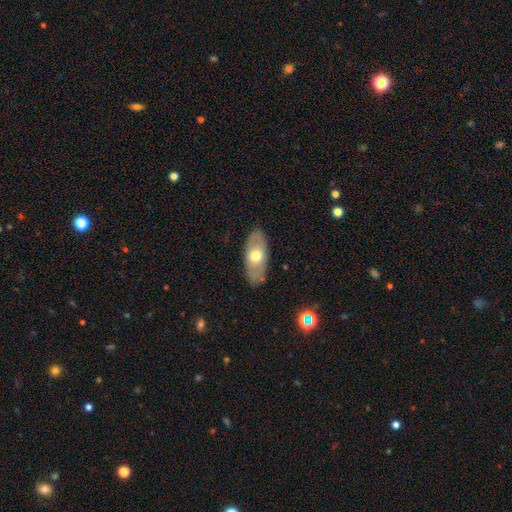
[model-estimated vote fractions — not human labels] A smooth galaxy with no disk features (54%) that is in between round and cigar-shaped (87%).

Vote fractions:
- Smooth or featured? smooth: 54% / featured or disk: 40% / star or artifact: 6%
- How rounded? in between: 87% / cigar-shaped: 9% / round: 4%
- Merging? none: 85% / minor disturbance: 11% / major disturbance: 3% / merger: 1%